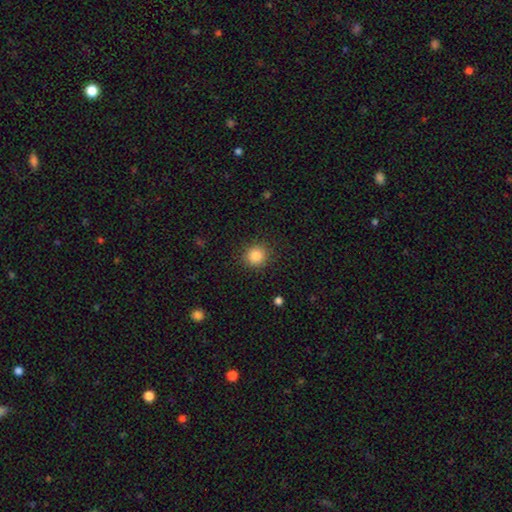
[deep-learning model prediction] Overall: smooth (85%). How rounded: round (90%). Merging: none (89%).